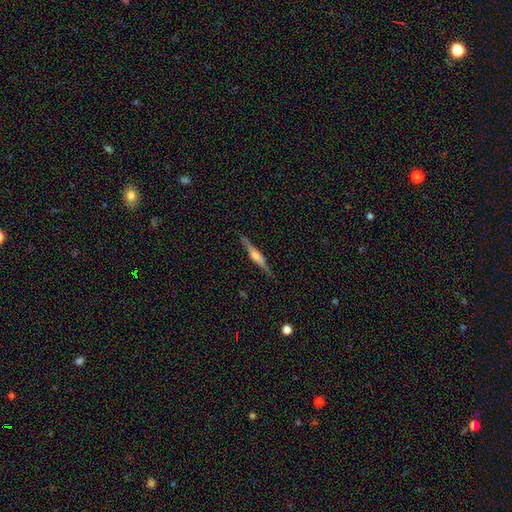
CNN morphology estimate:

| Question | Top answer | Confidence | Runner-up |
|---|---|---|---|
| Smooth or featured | featured or disk | 74% | smooth (20%) |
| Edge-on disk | yes | 98% | no (2%) |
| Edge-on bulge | rounded | 74% | boxy (19%) |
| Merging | none | 89% | minor disturbance (8%) |